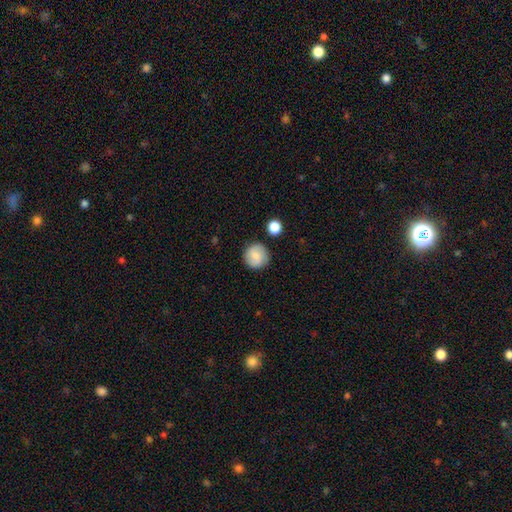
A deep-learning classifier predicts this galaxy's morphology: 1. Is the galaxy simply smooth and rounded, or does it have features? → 79% smooth, 14% featured or disk, 8% star or artifact.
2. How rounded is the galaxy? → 94% round, 5% in between, 1% cigar-shaped.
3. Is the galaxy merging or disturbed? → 87% none, 8% minor disturbance, 3% merger, 2% major disturbance.